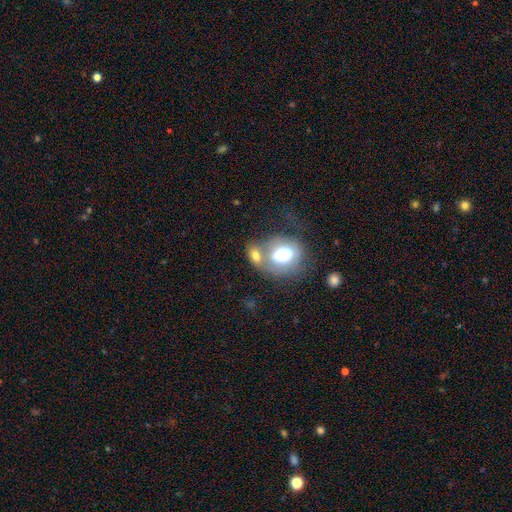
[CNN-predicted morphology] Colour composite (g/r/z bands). It shows a smooth galaxy with no disk features (65%) that is in between round and cigar-shaped (68%). Merging: merger (58%).